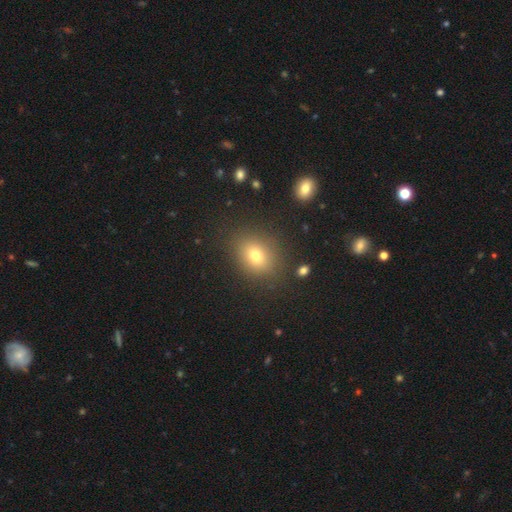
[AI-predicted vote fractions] Morphology: type=smooth (74%); roundness=round (51%); merging=none (85%).